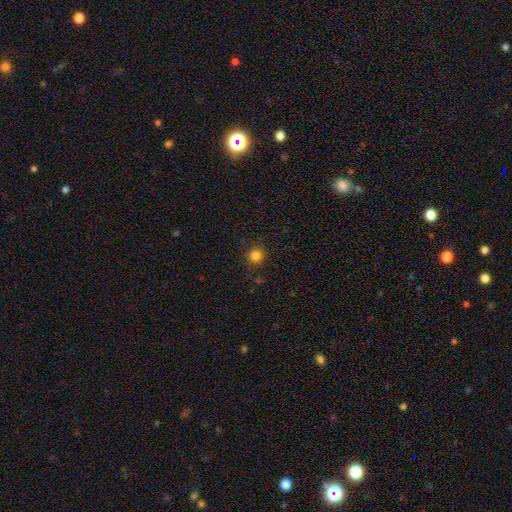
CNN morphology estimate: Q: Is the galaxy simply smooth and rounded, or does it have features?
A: smooth — 82%.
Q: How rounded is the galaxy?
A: round — 92%.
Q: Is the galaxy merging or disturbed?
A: none — 87%.